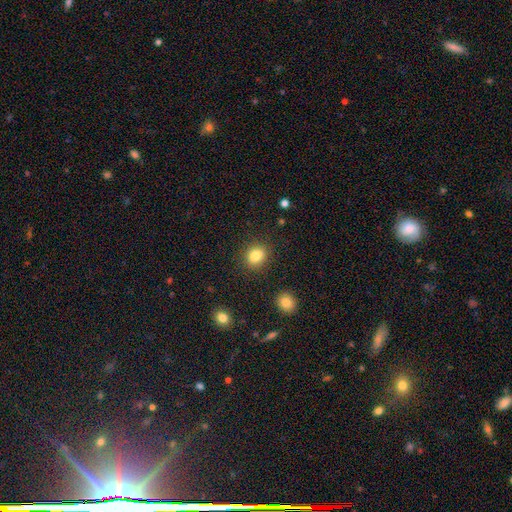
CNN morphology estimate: Smooth or featured: smooth — 84% (star or artifact — 10%)
How rounded: in between — 57% (round — 42%)
Merging: none — 84% (minor disturbance — 10%)